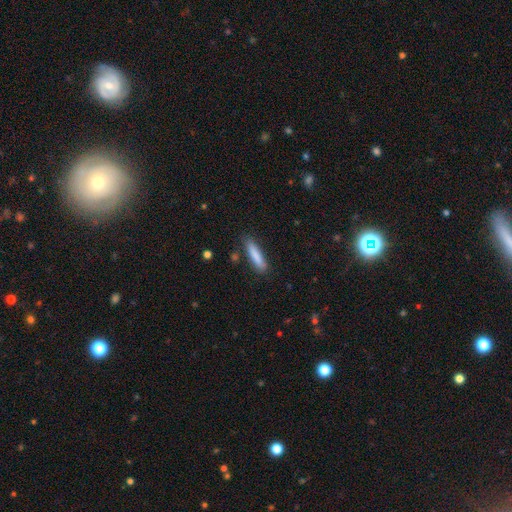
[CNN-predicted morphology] A smooth galaxy with no disk features (84%) that is cigar-shaped (82%). Merging: none (83%).